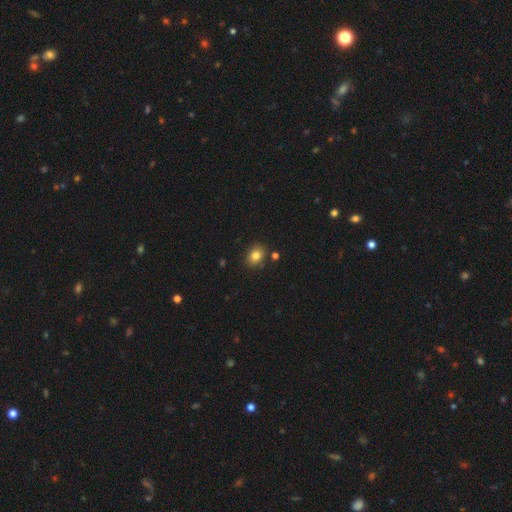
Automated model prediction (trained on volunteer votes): smooth_or_featured: smooth (p=0.82) [alt: star or artifact p=0.11]
how_rounded: in between (p=0.58) [alt: round p=0.41]
merging: none (p=0.81) [alt: minor disturbance p=0.12]